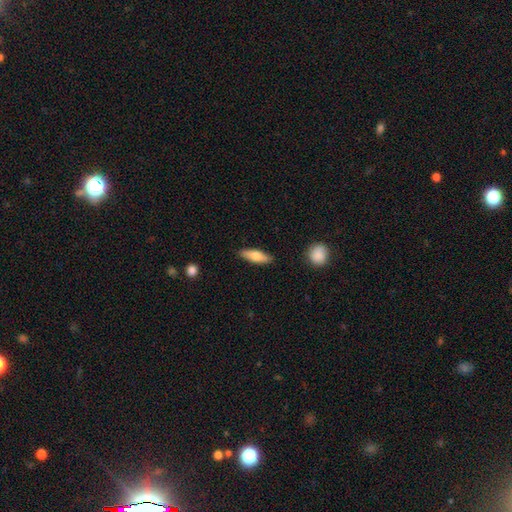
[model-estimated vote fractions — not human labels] Morphology: type=smooth (68%); roundness=in between (51%); merging=none (86%).